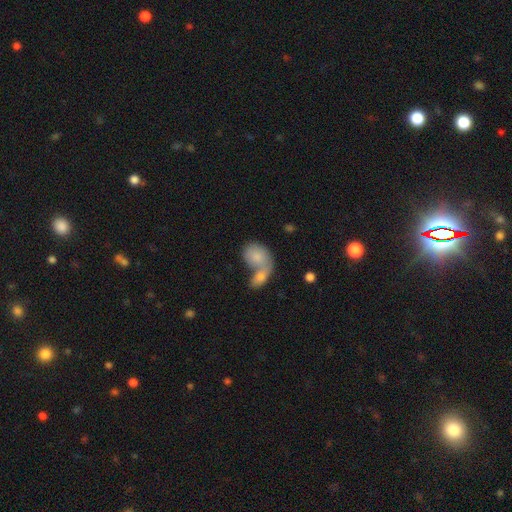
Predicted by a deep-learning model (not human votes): Smooth or featured: smooth — 77% (featured or disk — 16%)
How rounded: in between — 71% (round — 27%)
Merging: merger — 67% (none — 19%)